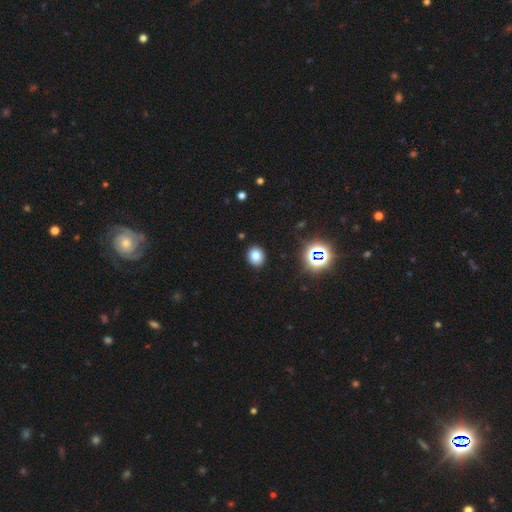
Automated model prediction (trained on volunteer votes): Smooth or featured? Predicted: smooth (p=0.79). How rounded? Predicted: round (p=0.61). Merging? Predicted: none (p=0.90).